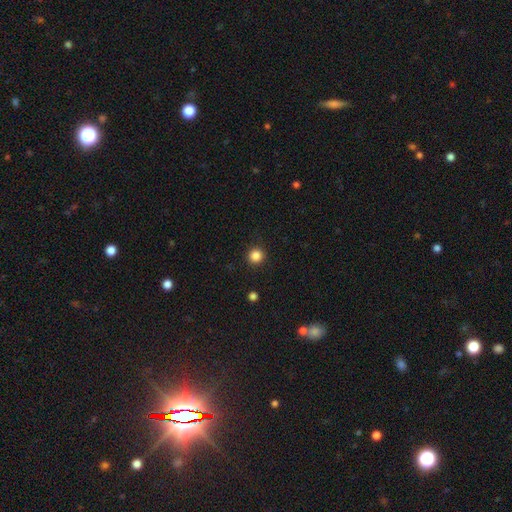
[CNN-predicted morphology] type=smooth (85%); roundness=round (95%); merging=none (92%).